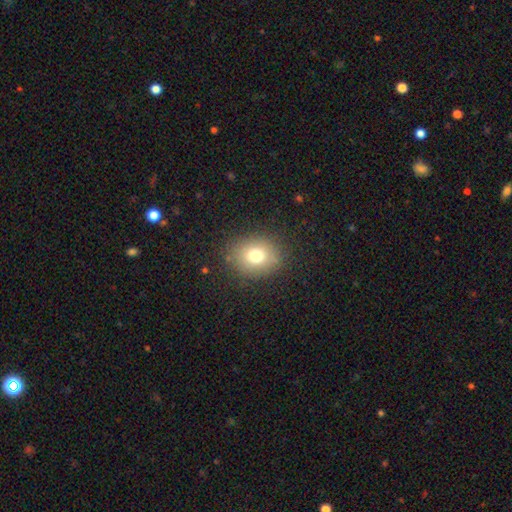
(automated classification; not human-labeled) smooth-or-featured: smooth: 75% | star or artifact: 13% | featured or disk: 12%
  how-rounded: round: 60% | in between: 39% | cigar-shaped: 1%
  merging: none: 85% | minor disturbance: 10% | major disturbance: 4% | merger: 1%